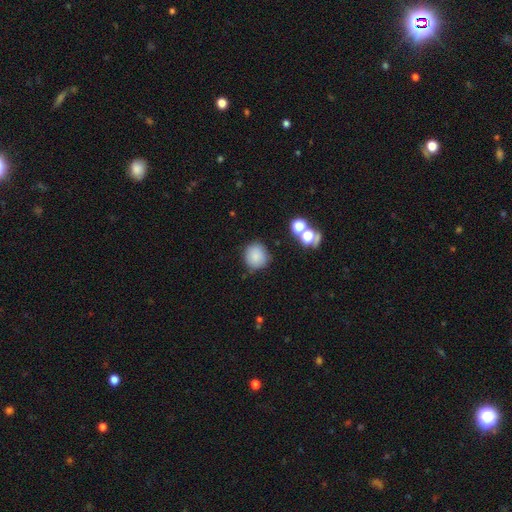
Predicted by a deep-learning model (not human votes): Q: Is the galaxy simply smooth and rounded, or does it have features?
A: smooth — 82%.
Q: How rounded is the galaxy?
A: round — 89%.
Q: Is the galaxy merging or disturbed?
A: none — 81%.